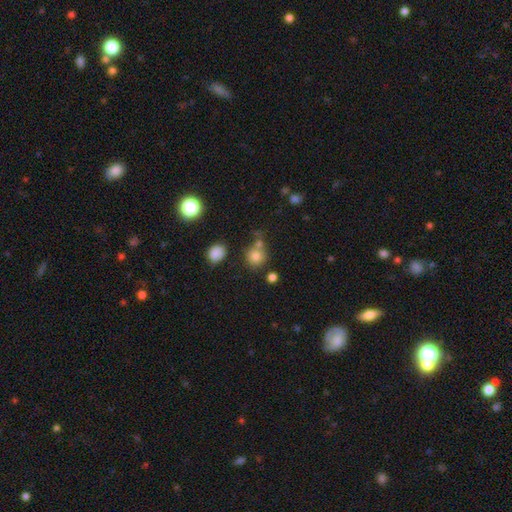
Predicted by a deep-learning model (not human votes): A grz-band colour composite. It shows a smooth galaxy with no disk features (78%) that is round (87%). Merging: none (62%).